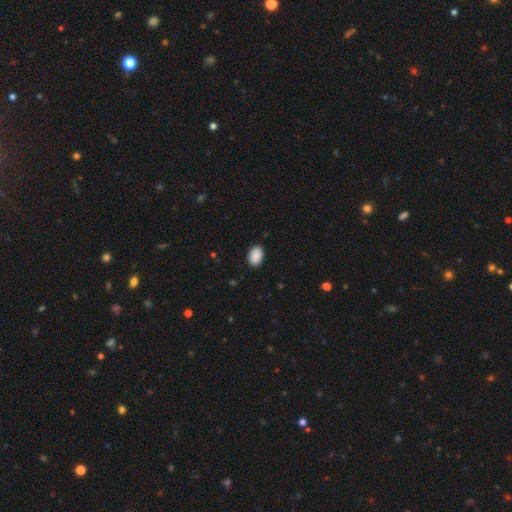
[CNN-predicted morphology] type=smooth (90%); roundness=in between (86%); merging=none (89%).